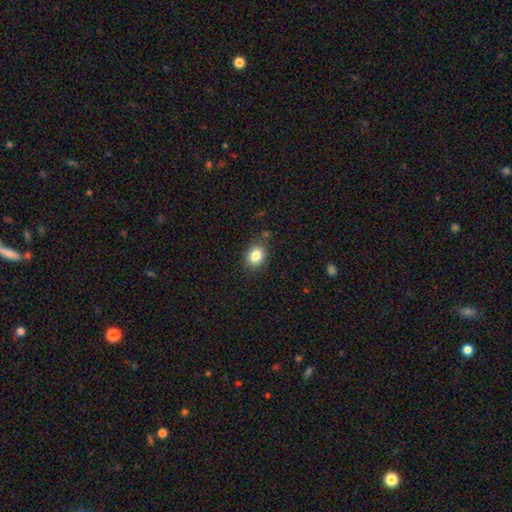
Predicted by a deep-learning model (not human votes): A smooth galaxy with no disk features (84%) that is in between round and cigar-shaped (52%).

Vote fractions:
- Smooth or featured? smooth: 84% / star or artifact: 10% / featured or disk: 6%
- How rounded? in between: 52% / round: 47% / cigar-shaped: 1%
- Merging? none: 83% / minor disturbance: 12% / major disturbance: 3% / merger: 3%